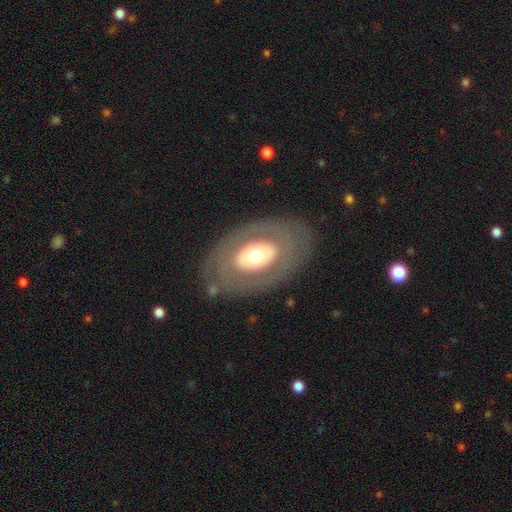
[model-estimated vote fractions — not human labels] A featured or disk galaxy (51%).

Vote fractions:
- Smooth or featured? featured or disk: 51% / smooth: 43% / star or artifact: 6%
- Edge-on disk? no: 90% / yes: 10%
- Merging? none: 81% / minor disturbance: 11% / major disturbance: 7% / merger: 1%